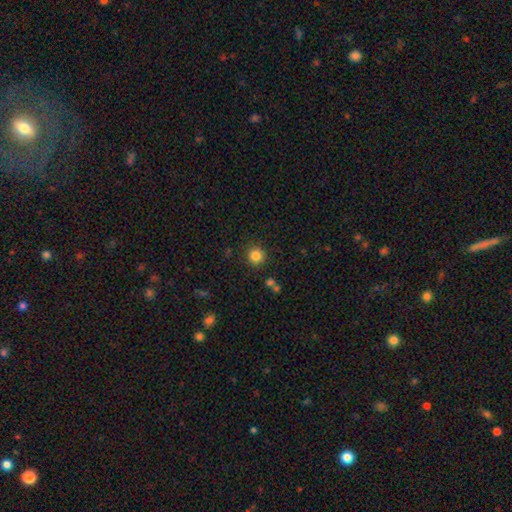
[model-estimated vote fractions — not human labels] This is clearly a smooth galaxy (84%). How rounded: clearly round (94%). Merging: clearly none (89%).